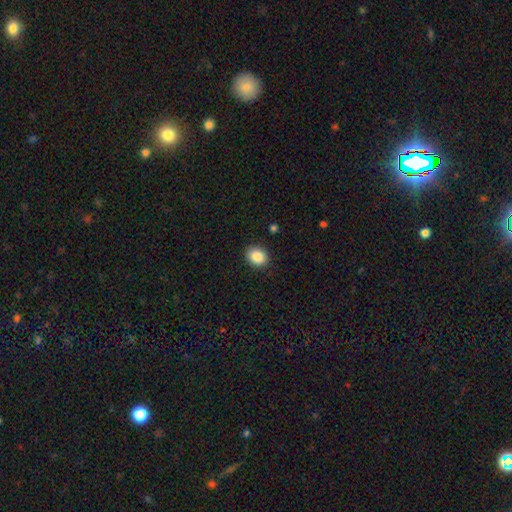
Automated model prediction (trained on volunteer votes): Morphology: type=smooth (88%); roundness=round (59%); merging=none (89%).